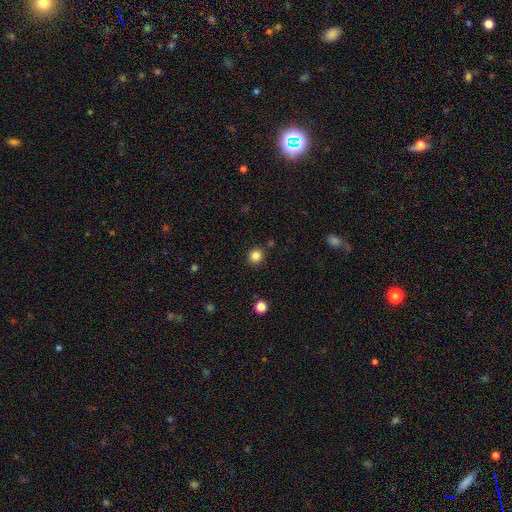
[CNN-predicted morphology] This appears to be a smooth galaxy with no disk features (84%) that is round (91%). Merging: none (88%).